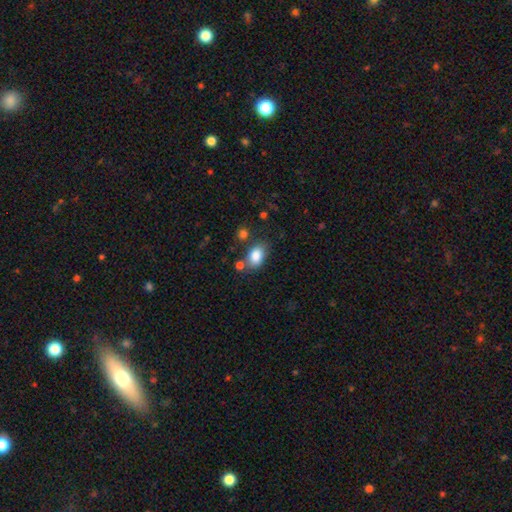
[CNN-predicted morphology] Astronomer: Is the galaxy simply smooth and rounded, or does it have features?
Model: smooth — 85%.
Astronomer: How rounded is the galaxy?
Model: in between — 83%.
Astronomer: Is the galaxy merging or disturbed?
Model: none — 69%.